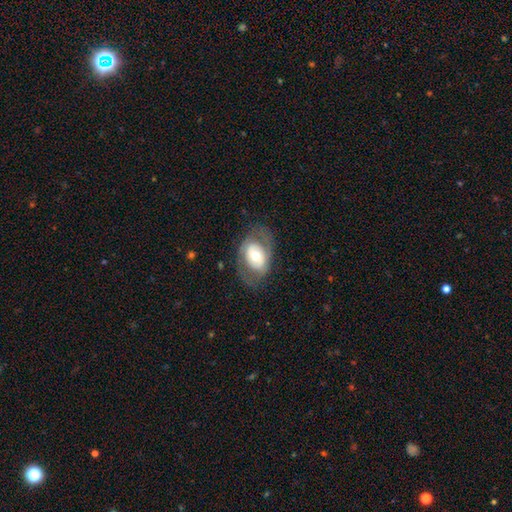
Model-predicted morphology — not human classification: This is possibly a featured or disk galaxy (52%). It is clearly not viewed edge-on (93%). Merging: likely none (67%).